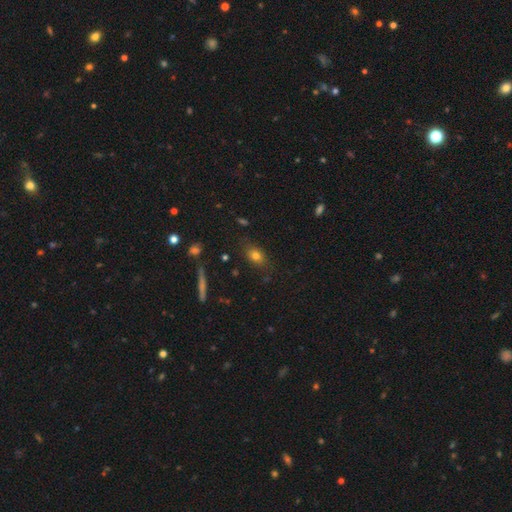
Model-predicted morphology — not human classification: smooth_or_featured: smooth (p=0.75) [alt: star or artifact p=0.13]
how_rounded: in between (p=0.71) [alt: round p=0.25]
merging: none (p=0.79) [alt: minor disturbance p=0.15]